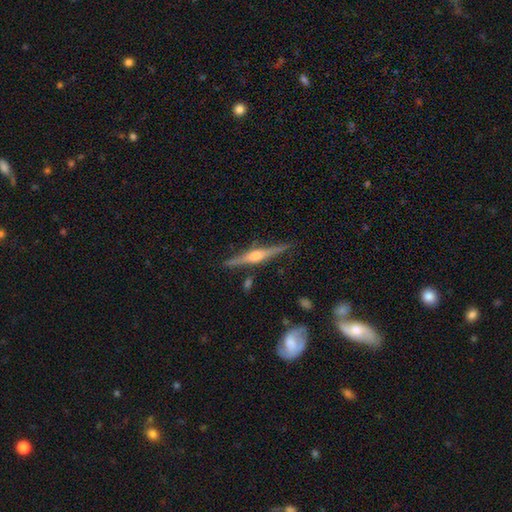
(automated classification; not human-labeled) Smooth or featured?
  - featured or disk: 82% *
  - smooth: 12%
  - star or artifact: 5%
Edge-on disk?
  - yes: 98% *
  - no: 2%
Edge-on bulge?
  - rounded: 92% *
  - boxy: 5%
  - none: 3%
Merging?
  - none: 88% *
  - minor disturbance: 9%
  - merger: 2%
  - major disturbance: 2%